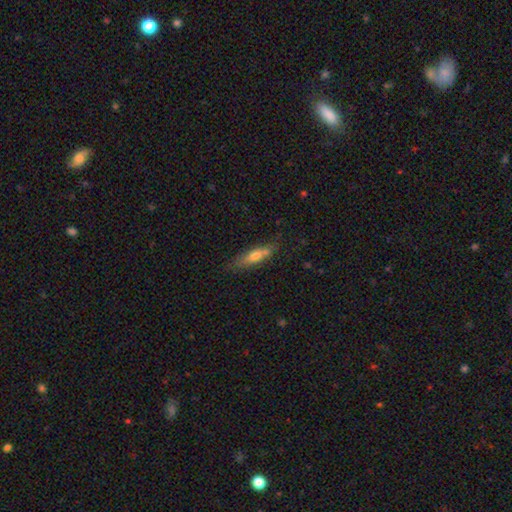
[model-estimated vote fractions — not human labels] Smooth or featured: smooth — 59% (featured or disk — 35%)
How rounded: cigar-shaped — 69% (in between — 29%)
Merging: none — 72% (minor disturbance — 19%)